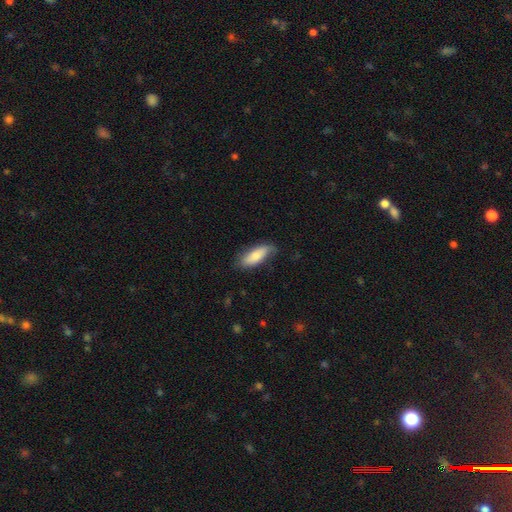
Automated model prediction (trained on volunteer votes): A smooth galaxy with no disk features (77%) that is in between round and cigar-shaped (69%).

Vote fractions:
- Smooth or featured? smooth: 77% / featured or disk: 17% / star or artifact: 6%
- How rounded? in between: 69% / cigar-shaped: 29% / round: 2%
- Merging? none: 68% / minor disturbance: 25% / major disturbance: 5% / merger: 1%